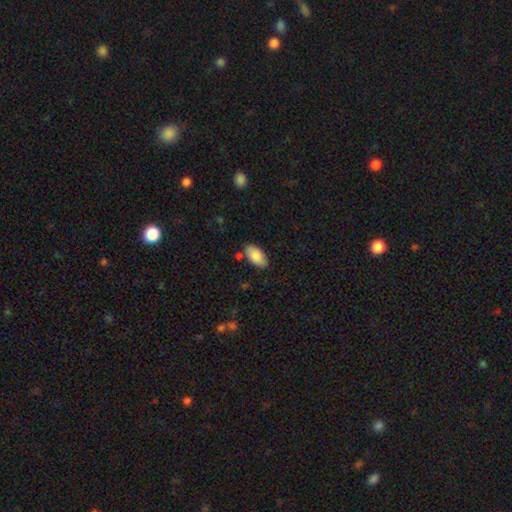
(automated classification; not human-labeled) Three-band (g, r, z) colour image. It shows a smooth galaxy with no disk features (85%) that is in between round and cigar-shaped (95%). Merging: none (80%).